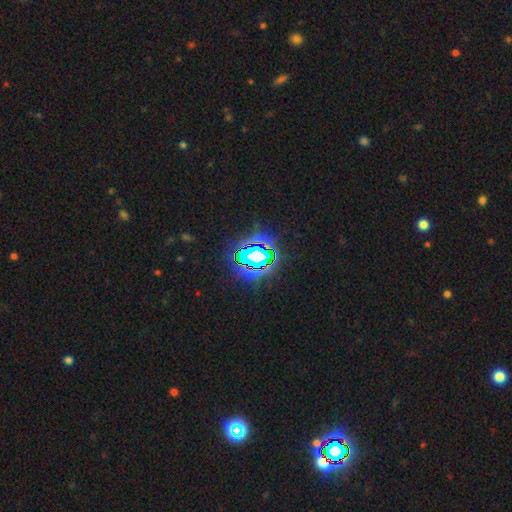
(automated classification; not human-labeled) star or artifact 71%, smooth 16%, featured or disk 12%.